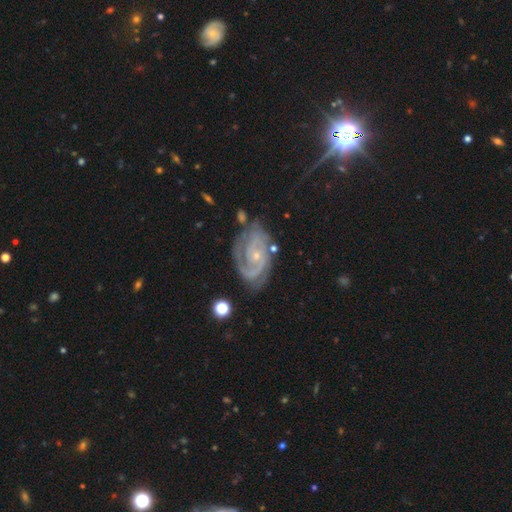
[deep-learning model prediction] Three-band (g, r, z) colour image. It shows a featured or disk galaxy (88%) with no bar (63%), 2 (64%) tight (57%) spiral arms (97%) and a small central bulge (79%). Merging: none (67%).